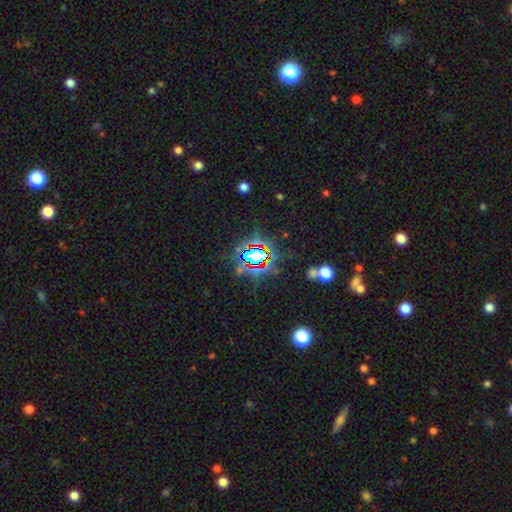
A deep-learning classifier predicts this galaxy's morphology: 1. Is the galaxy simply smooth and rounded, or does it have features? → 74% star or artifact, 15% smooth, 11% featured or disk.